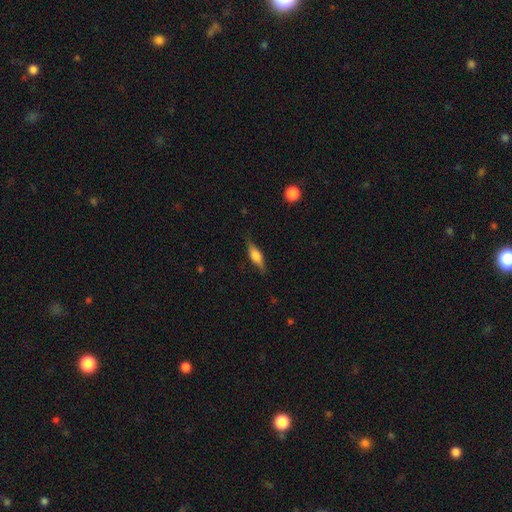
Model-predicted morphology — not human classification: A smooth galaxy with no disk features (51%) that is cigar-shaped (48%, tied with in between). Merging: none (79%).